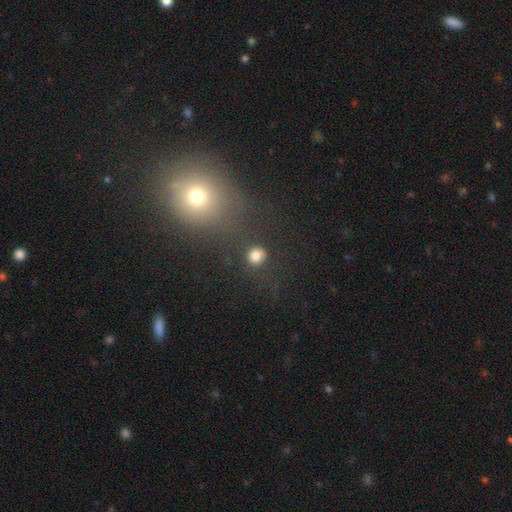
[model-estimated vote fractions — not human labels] smooth-or-featured: smooth: 80% | star or artifact: 14% | featured or disk: 6%
  how-rounded: round: 86% | in between: 13% | cigar-shaped: 1%
  merging: none: 80% | minor disturbance: 10% | major disturbance: 5% | merger: 5%